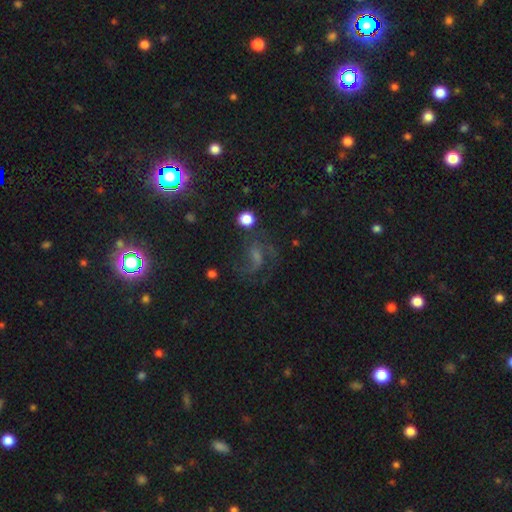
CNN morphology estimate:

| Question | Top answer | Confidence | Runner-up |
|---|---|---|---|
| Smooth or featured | featured or disk | 52% | star or artifact (29%) |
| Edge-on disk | no | 97% | yes (3%) |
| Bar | weak | 46% | no (36%) |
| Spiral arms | yes | 87% | no (13%) |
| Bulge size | small | 35% | none (28%) |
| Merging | none | 57% | major disturbance (22%) |